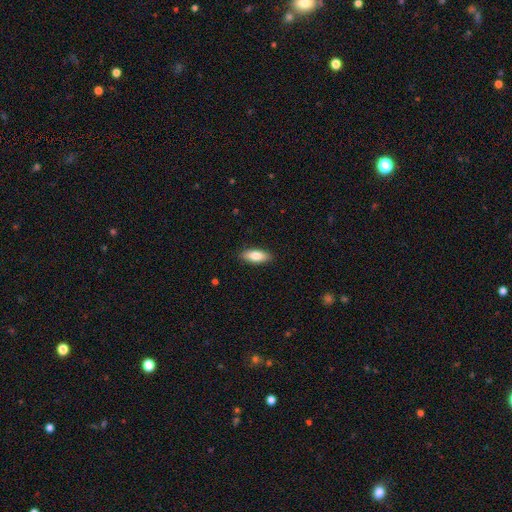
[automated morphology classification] smooth-or-featured: smooth: 81% | featured or disk: 12% | star or artifact: 6%
  how-rounded: in between: 77% | cigar-shaped: 20% | round: 2%
  merging: none: 88% | minor disturbance: 9% | major disturbance: 2% | merger: 1%